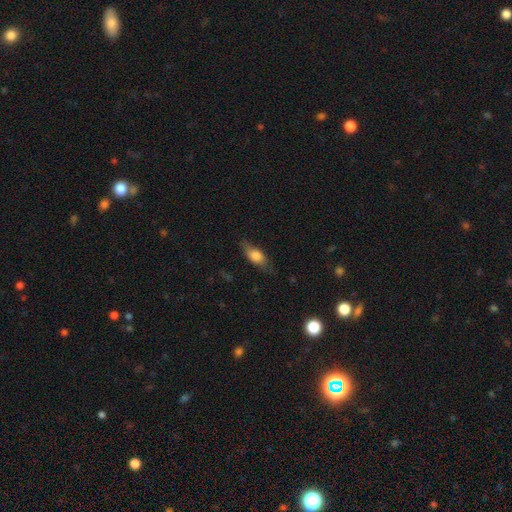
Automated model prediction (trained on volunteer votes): A smooth galaxy with no disk features (65%) that is in between round and cigar-shaped (70%). Merging: none (73%).